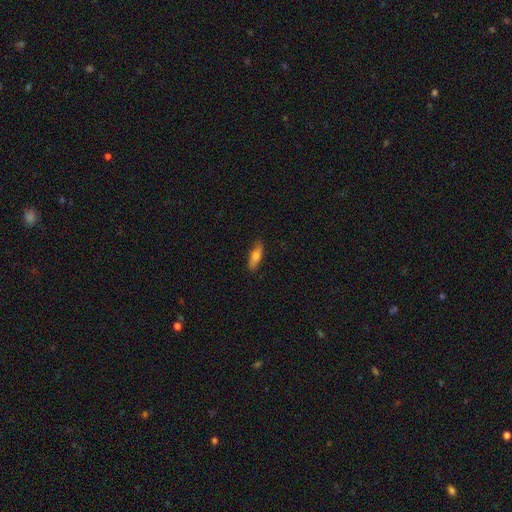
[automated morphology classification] Smooth or featured? Predicted: smooth (p=0.68). How rounded? Predicted: in between (p=0.50). Merging? Predicted: none (p=0.84).